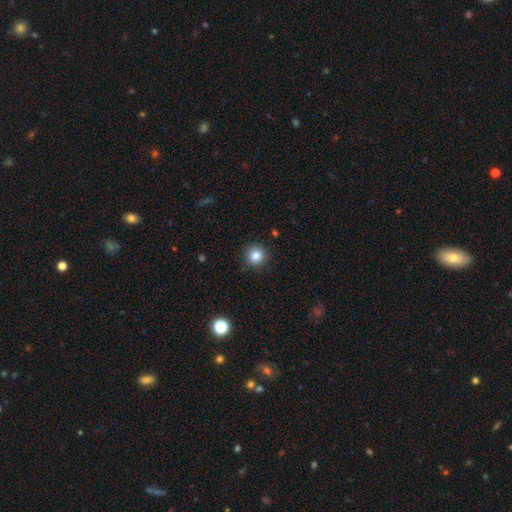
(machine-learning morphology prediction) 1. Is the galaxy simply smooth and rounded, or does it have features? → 84% smooth, 11% star or artifact, 5% featured or disk.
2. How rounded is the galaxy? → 93% round, 6% in between, 1% cigar-shaped.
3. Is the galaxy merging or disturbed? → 90% none, 7% minor disturbance, 2% major disturbance, 1% merger.